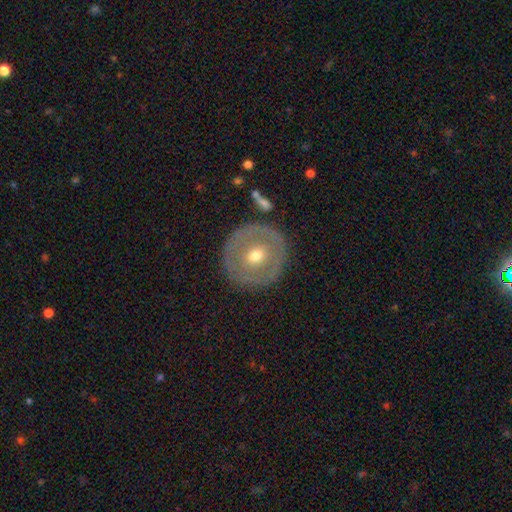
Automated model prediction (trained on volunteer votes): Morphology: type=featured or disk (50%); edge-on=no (94%); merging=none (84%).